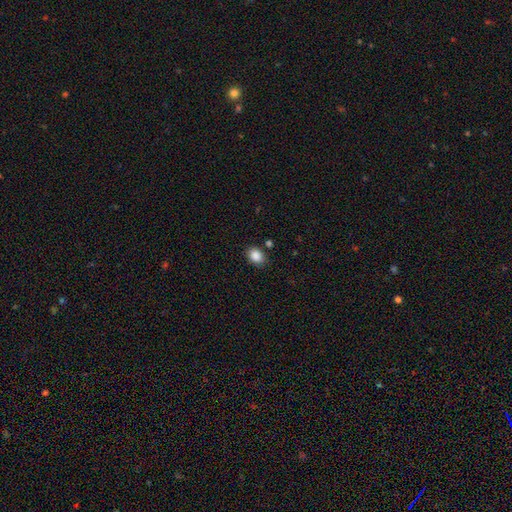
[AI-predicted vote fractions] Morphology: type=smooth (87%); roundness=in between (60%); merging=none (83%).